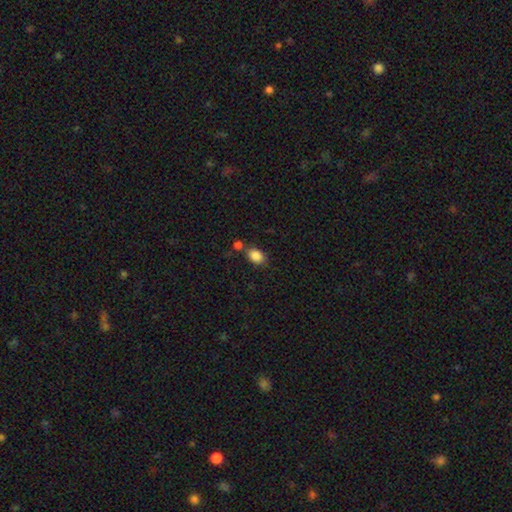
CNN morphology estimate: Overall: smooth (87%). How rounded: in between (78%). Merging: none (63%).